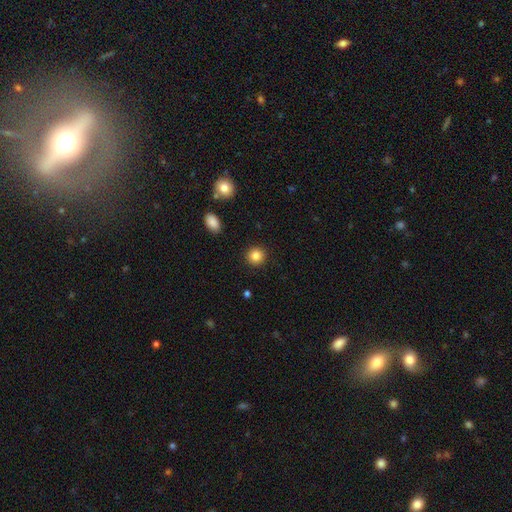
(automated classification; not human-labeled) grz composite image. It shows a smooth galaxy with no disk features (86%) that is round (92%). Merging: none (92%).